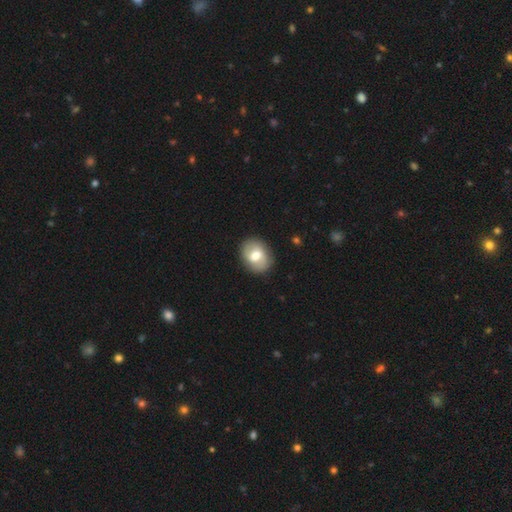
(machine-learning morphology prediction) smooth 56%, featured or disk 37%, star or artifact 7%. Down the decision tree: how rounded — in between (50%); merging — none (85%).